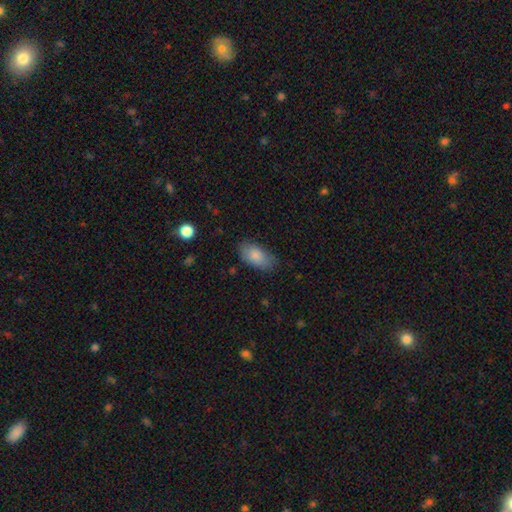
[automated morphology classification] smooth_or_featured: smooth (p=0.84) [alt: featured or disk p=0.10]
how_rounded: in between (p=0.93) [alt: round p=0.04]
merging: none (p=0.73) [alt: minor disturbance p=0.21]